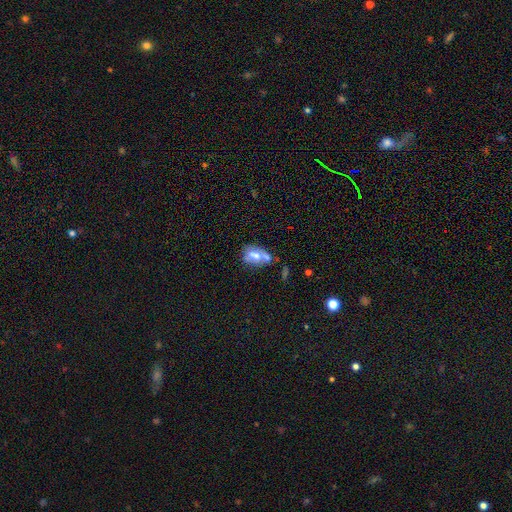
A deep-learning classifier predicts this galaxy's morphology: smooth 46%, featured or disk 43%, star or artifact 11%. Down the decision tree: merging — merger (38%).